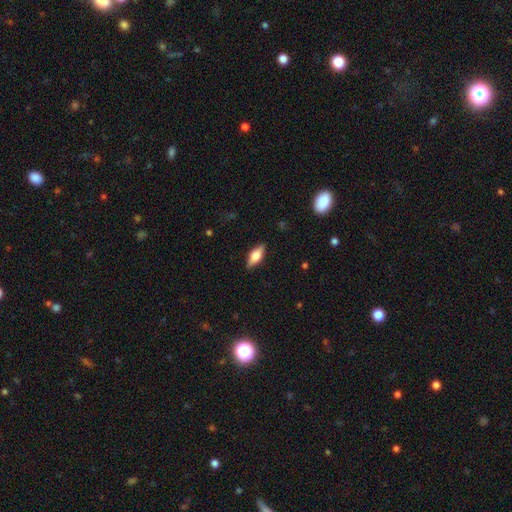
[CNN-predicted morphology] smooth 51%, featured or disk 43%, star or artifact 7%. Down the decision tree: how rounded — in between (70%); merging — none (87%).